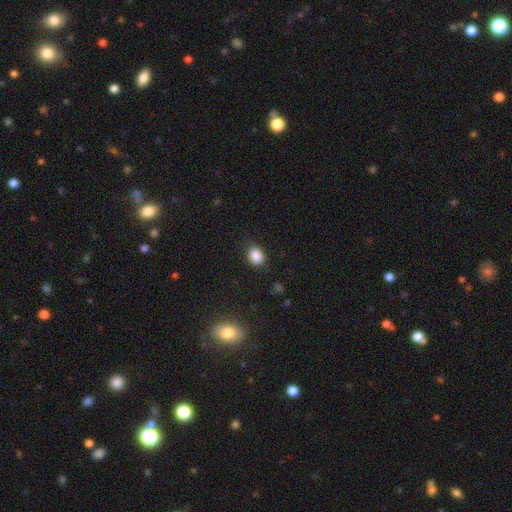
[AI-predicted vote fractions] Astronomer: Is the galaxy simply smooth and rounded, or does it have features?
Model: smooth — 87%.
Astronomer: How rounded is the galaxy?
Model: in between — 64%.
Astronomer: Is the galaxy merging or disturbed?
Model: none — 83%.